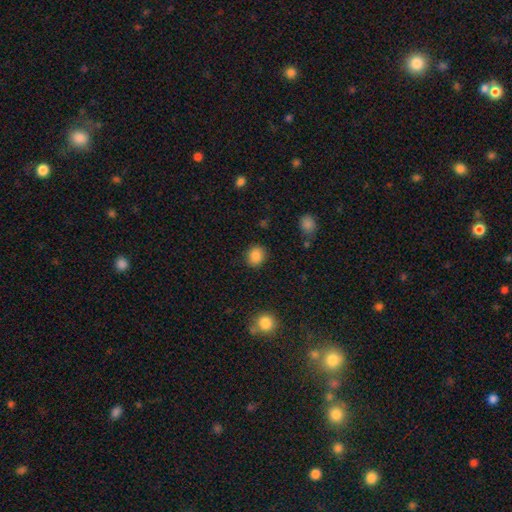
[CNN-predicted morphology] Overall: smooth (87%). How rounded: round (69%; in between 30%). Merging: none (87%).